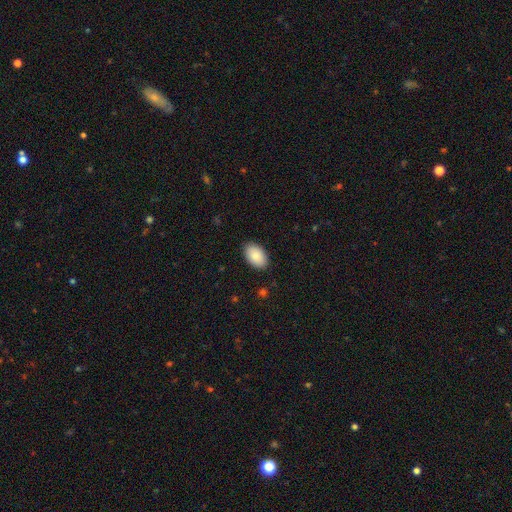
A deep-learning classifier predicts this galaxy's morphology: This is clearly a smooth galaxy (88%). How rounded: clearly in between (93%). Merging: clearly none (87%).